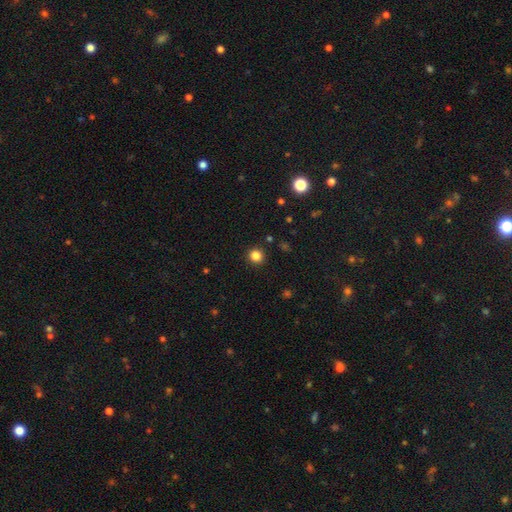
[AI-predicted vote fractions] This is clearly a smooth galaxy (83%). How rounded: clearly round (93%). Merging: clearly none (92%).